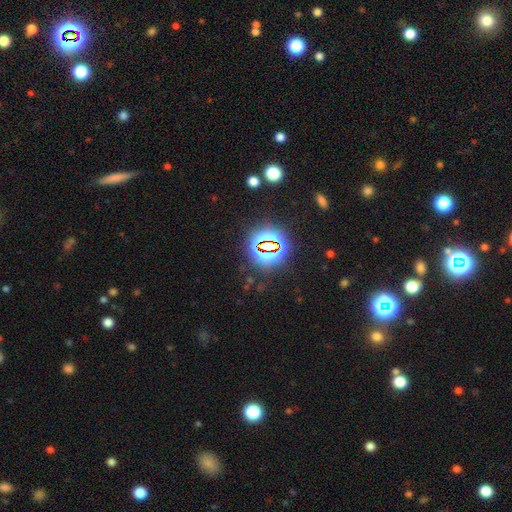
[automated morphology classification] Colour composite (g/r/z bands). It shows a star or artifact, not a galaxy (78%).